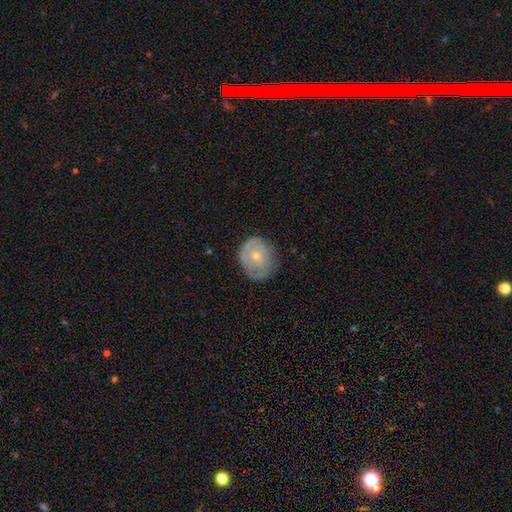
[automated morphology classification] Overall: featured or disk (48%; smooth 45%). Merging: none (70%).